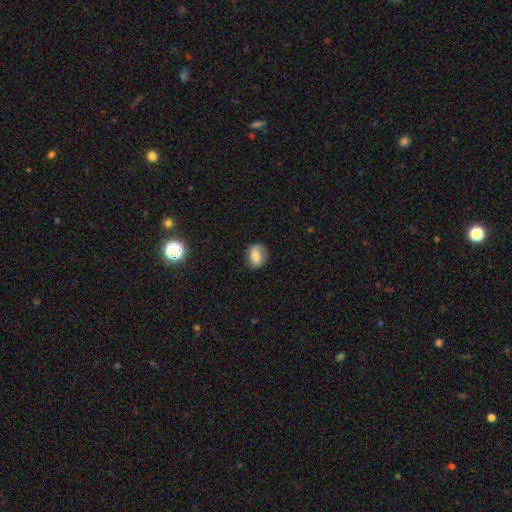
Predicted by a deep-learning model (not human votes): Smooth or featured: smooth — 70% (featured or disk — 20%)
How rounded: in between — 52% (round — 46%)
Merging: none — 78% (minor disturbance — 16%)